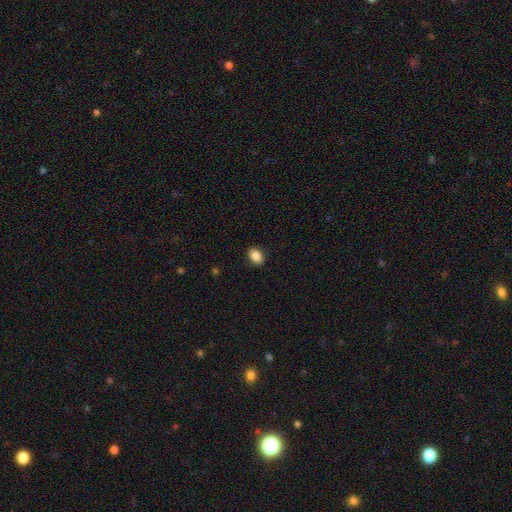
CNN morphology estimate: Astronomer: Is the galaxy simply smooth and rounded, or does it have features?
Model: smooth — 88%.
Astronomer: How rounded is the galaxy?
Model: in between — 74%.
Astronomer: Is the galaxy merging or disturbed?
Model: none — 90%.